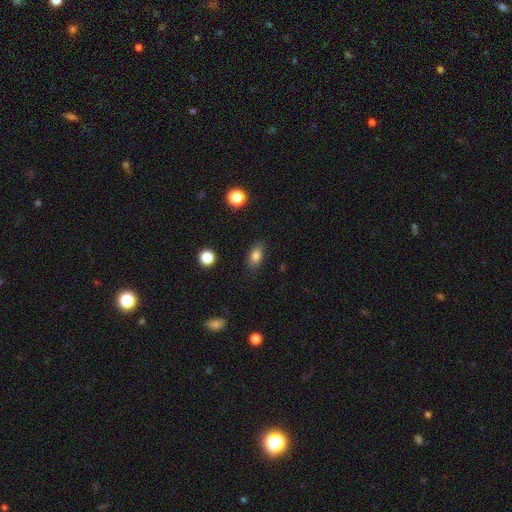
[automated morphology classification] Overall: smooth (82%). How rounded: in between (84%). Merging: none (84%).